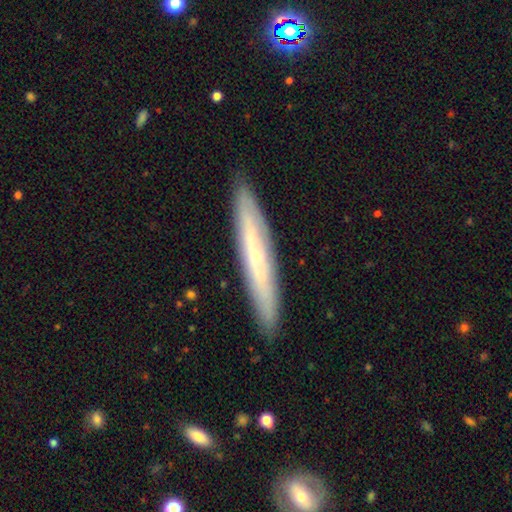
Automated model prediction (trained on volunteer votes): This appears to be a featured or disk galaxy (58%) viewed edge-on (81%). Merging: none (90%).